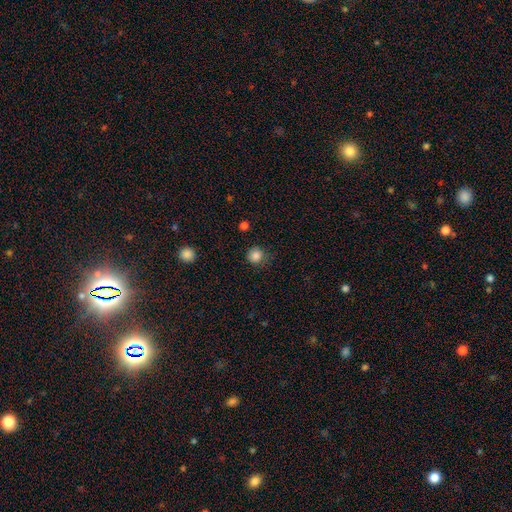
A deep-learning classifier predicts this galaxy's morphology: This appears to be a smooth galaxy with no disk features (85%) that is round (93%). Merging: none (79%).